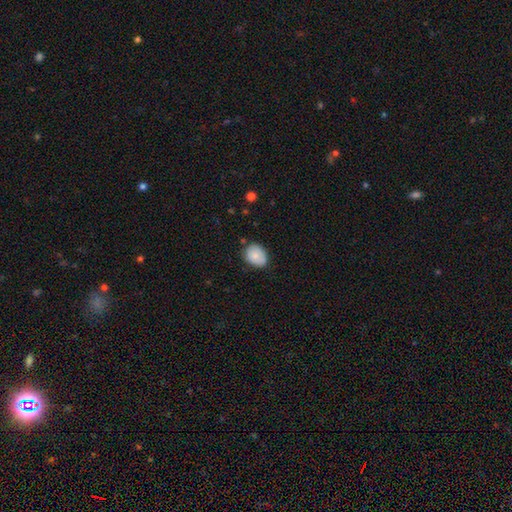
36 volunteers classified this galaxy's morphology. Smooth or featured?
  - smooth: 83% *
  - featured or disk: 17%
  - star or artifact: 0%
How rounded?
  - in between: 80% *
  - round: 20%
  - cigar-shaped: 0%
Merging?
  - none: 78% *
  - minor disturbance: 19%
  - major disturbance: 3%
  - merger: 0%